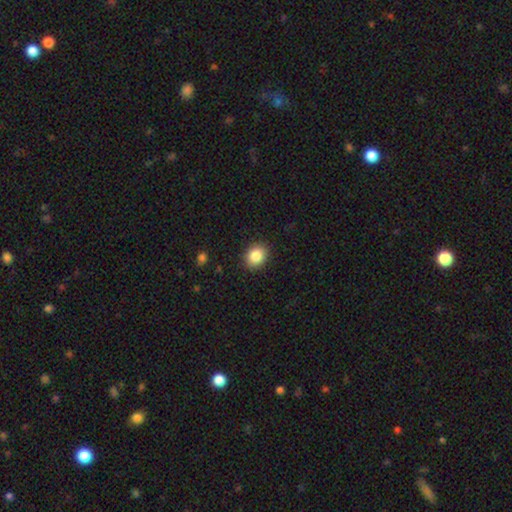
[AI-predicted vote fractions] Morphology: type=smooth (86%); roundness=round (61%); merging=none (89%).